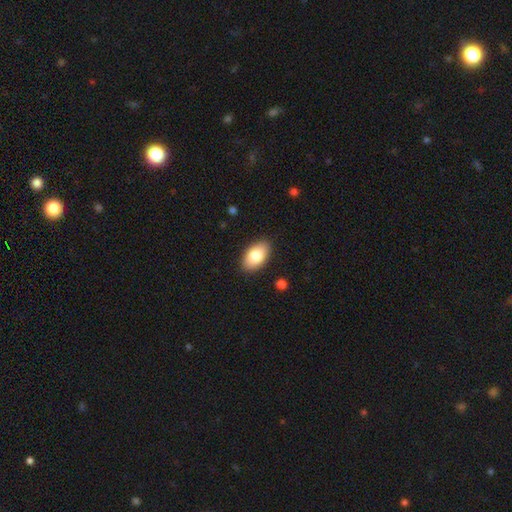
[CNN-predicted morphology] Overall: smooth (85%). How rounded: in between (94%). Merging: none (88%).